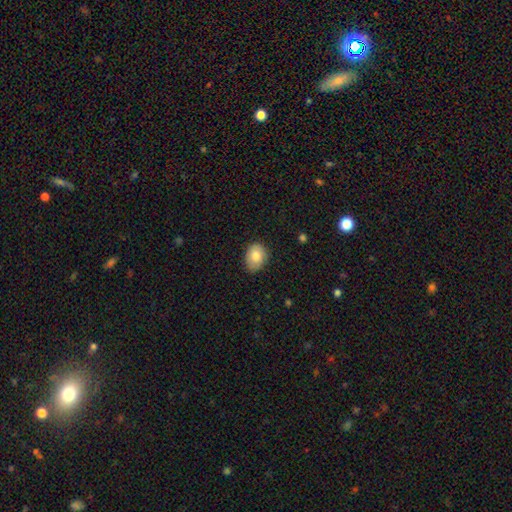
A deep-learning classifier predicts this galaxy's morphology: A smooth galaxy with no disk features (84%) that is in between round and cigar-shaped (68%). Merging: none (79%).